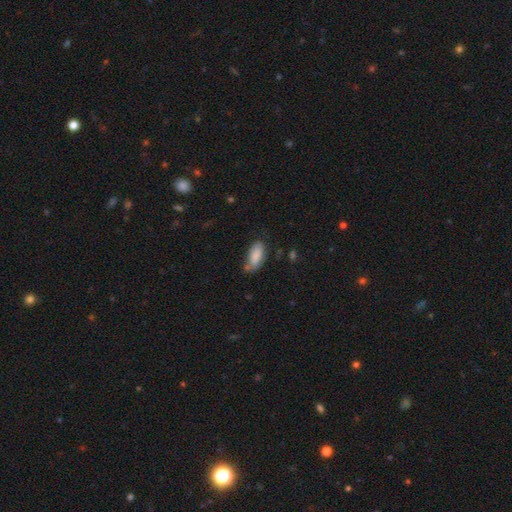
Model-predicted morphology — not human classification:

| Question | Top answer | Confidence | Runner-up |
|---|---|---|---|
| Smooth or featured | smooth | 84% | featured or disk (10%) |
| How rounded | in between | 89% | cigar-shaped (9%) |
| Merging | none | 60% | minor disturbance (28%) |